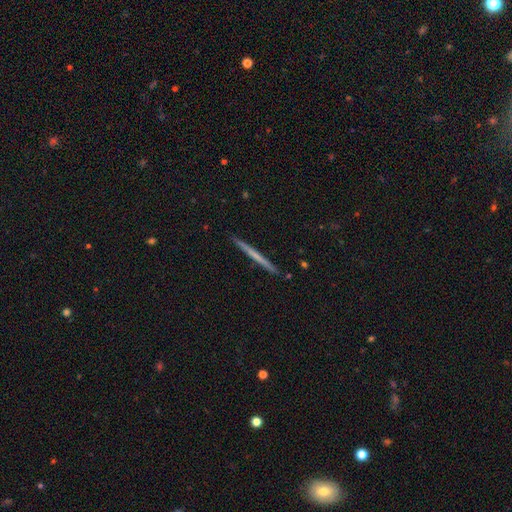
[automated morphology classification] Q: Smooth or featured?
A: featured or disk (48%); runner-up: smooth (47%)
Q: Merging?
A: none (92%); runner-up: minor disturbance (5%)